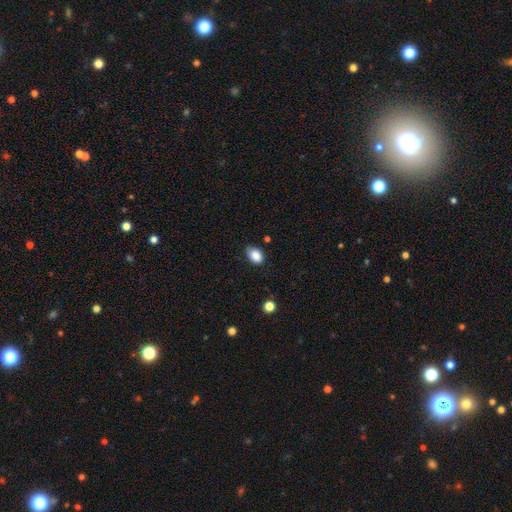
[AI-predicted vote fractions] Smooth or featured? Predicted: smooth (p=0.87). How rounded? Predicted: in between (p=0.78). Merging? Predicted: none (p=0.74).